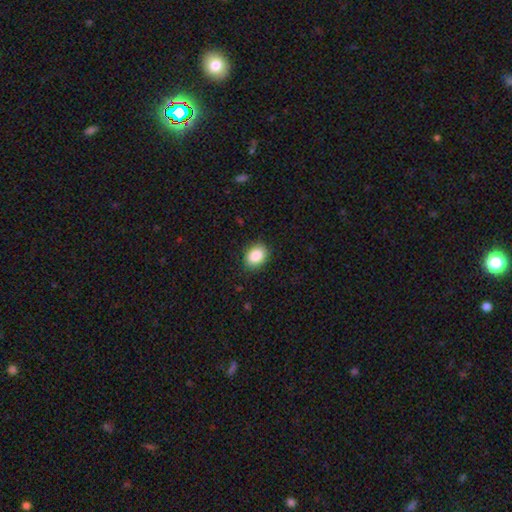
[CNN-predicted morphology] This is clearly a smooth galaxy (88%). How rounded: likely in between (64%). Merging: clearly none (86%).